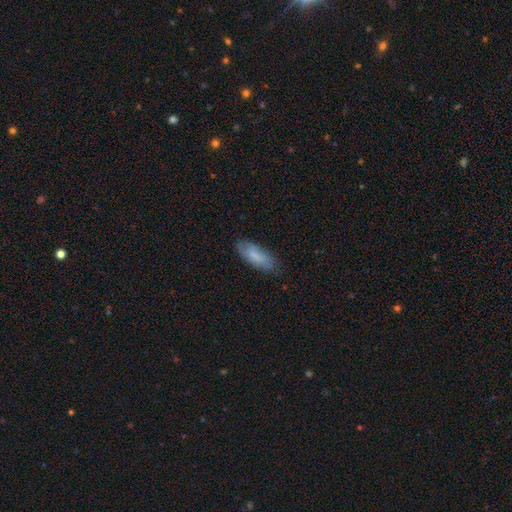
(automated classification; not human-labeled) A smooth galaxy with no disk features (79%) that is in between round and cigar-shaped (70%). Merging: none (79%).